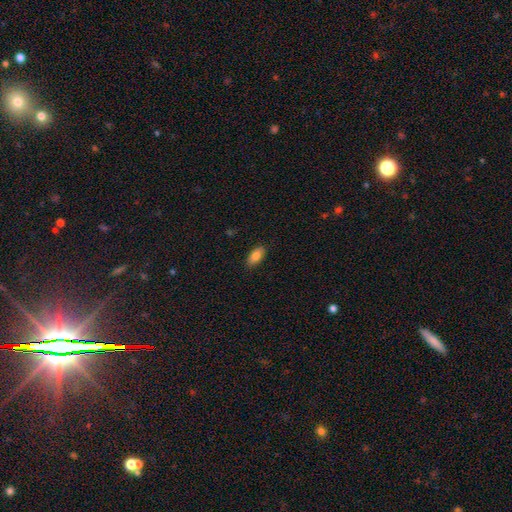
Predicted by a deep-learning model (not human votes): This is clearly a smooth galaxy (84%). How rounded: clearly in between (90%). Merging: clearly none (88%).